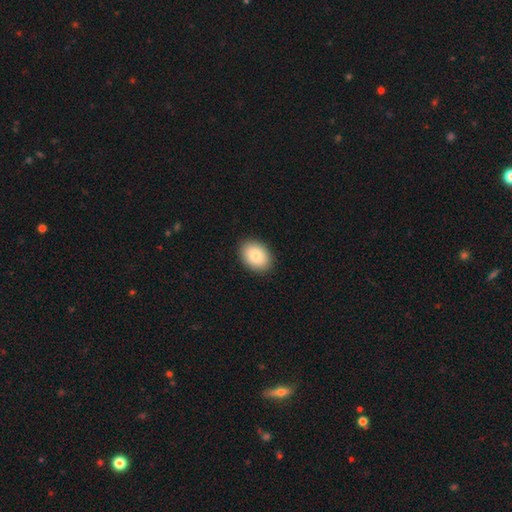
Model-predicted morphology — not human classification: type=smooth (85%); roundness=in between (78%); merging=none (90%).